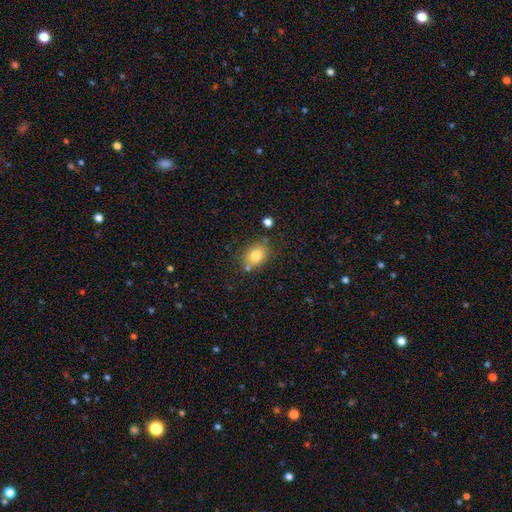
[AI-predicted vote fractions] This is likely a smooth galaxy (79%). How rounded: likely in between (69%). Merging: likely none (71%).